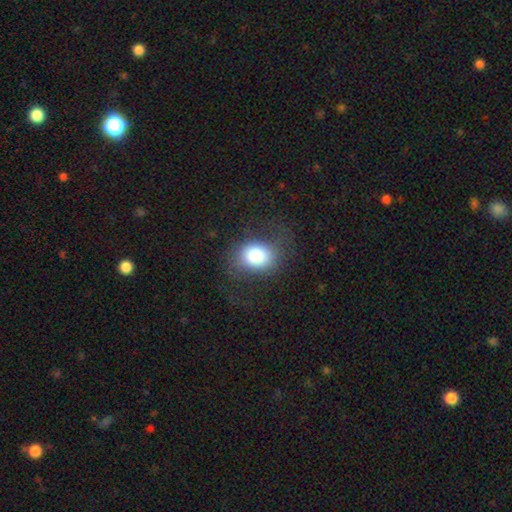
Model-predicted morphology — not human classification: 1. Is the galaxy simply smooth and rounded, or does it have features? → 80% smooth, 12% featured or disk, 9% star or artifact.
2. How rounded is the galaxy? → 53% in between, 46% round, 1% cigar-shaped.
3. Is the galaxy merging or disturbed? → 64% none, 19% minor disturbance, 16% major disturbance, 1% merger.